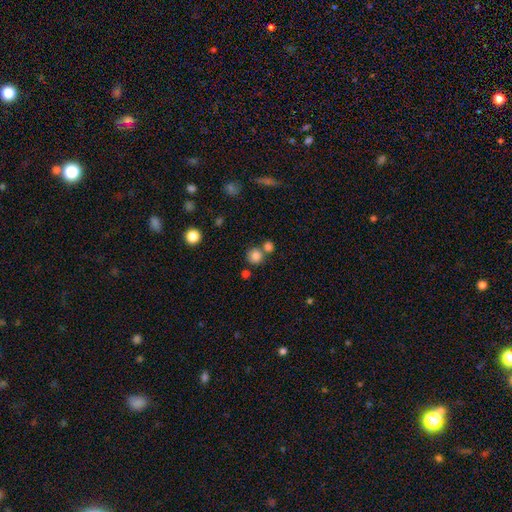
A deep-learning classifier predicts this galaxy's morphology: type=smooth (81%); roundness=round (90%); merging=none (63%).